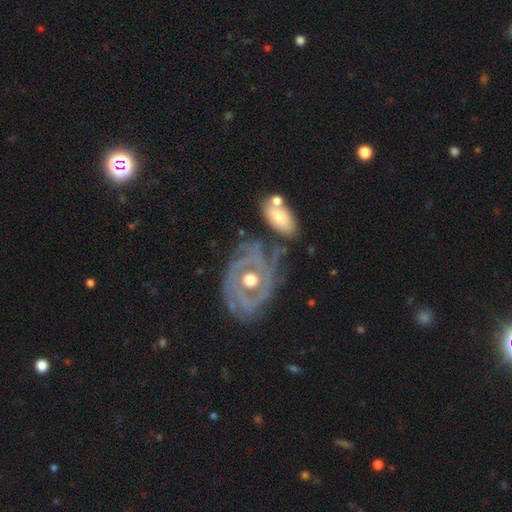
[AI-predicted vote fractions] featured or disk 85%, smooth 9%, star or artifact 6%. Down the decision tree: edge-on disk — no (95%); bar — no (62%); spiral arms — yes (90%); spiral arm count — 2 (36%); spiral winding — tight (71%); bulge size — moderate (75%); merging — none (61%).